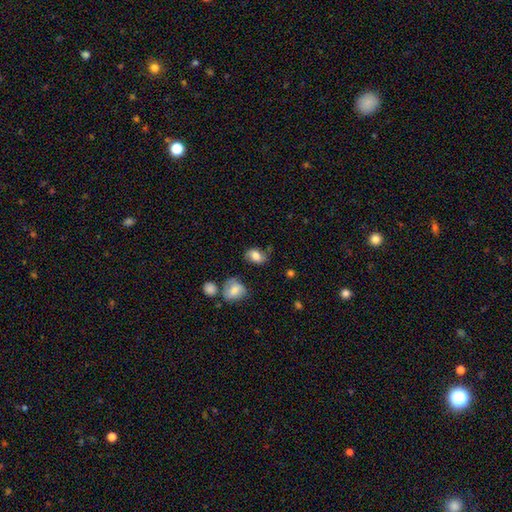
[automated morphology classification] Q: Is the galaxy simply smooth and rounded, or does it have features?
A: smooth — 74%.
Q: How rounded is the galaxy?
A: in between — 77%.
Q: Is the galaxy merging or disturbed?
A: none — 63%.